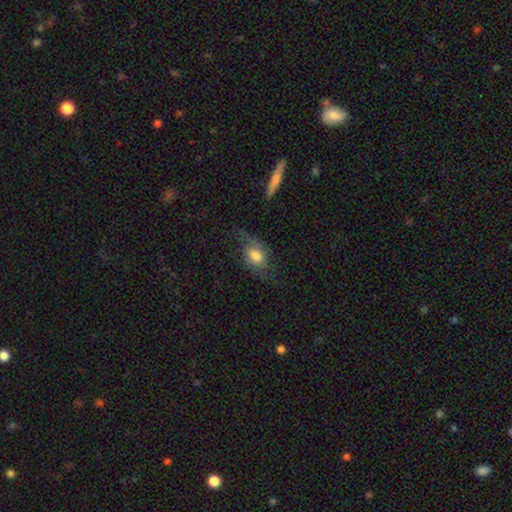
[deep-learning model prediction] A featured or disk galaxy (50%).

Vote fractions:
- Smooth or featured? featured or disk: 50% / smooth: 42% / star or artifact: 9%
- Merging? none: 53% / major disturbance: 23% / minor disturbance: 22% / merger: 2%